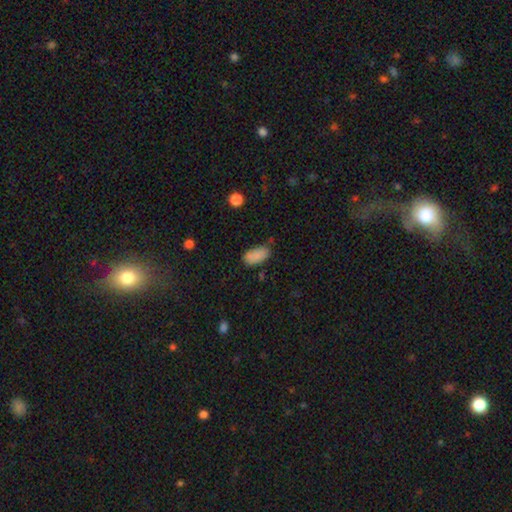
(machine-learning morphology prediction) Smooth or featured? smooth (85%)
How rounded? in between (93%)
Merging? none (64%)